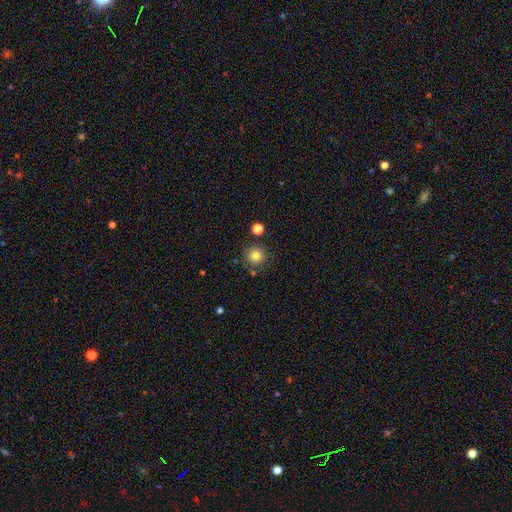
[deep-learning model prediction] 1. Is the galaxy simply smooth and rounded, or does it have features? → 81% smooth, 13% star or artifact, 7% featured or disk.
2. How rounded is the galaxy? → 95% round, 4% in between, 1% cigar-shaped.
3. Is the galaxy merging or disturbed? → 84% none, 8% minor disturbance, 6% merger, 3% major disturbance.